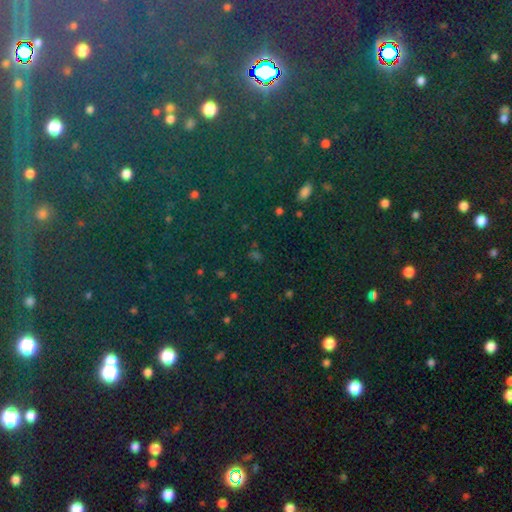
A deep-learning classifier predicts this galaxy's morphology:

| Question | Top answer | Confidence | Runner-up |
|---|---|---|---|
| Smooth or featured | star or artifact | 78% | smooth (14%) |